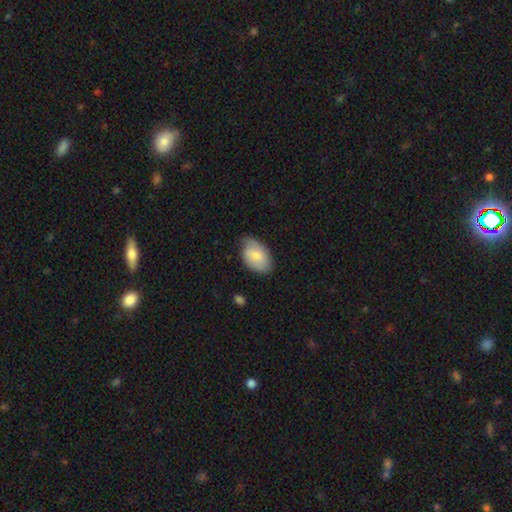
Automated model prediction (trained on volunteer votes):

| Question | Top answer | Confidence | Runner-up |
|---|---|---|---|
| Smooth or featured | smooth | 73% | featured or disk (21%) |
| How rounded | in between | 92% | round (7%) |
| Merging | none | 69% | minor disturbance (25%) |